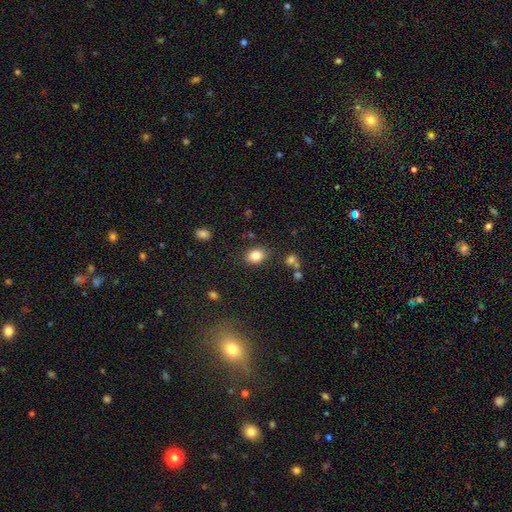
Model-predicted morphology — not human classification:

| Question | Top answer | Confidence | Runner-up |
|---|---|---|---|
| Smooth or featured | smooth | 84% | star or artifact (10%) |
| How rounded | in between | 62% | round (37%) |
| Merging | none | 82% | minor disturbance (11%) |